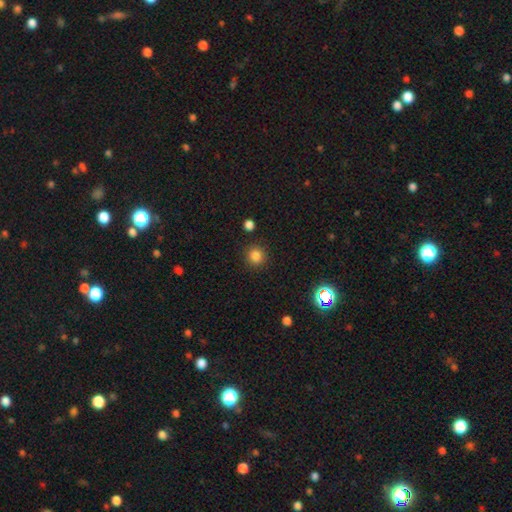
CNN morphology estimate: This is clearly a smooth galaxy (83%). How rounded: clearly round (92%). Merging: clearly none (89%).